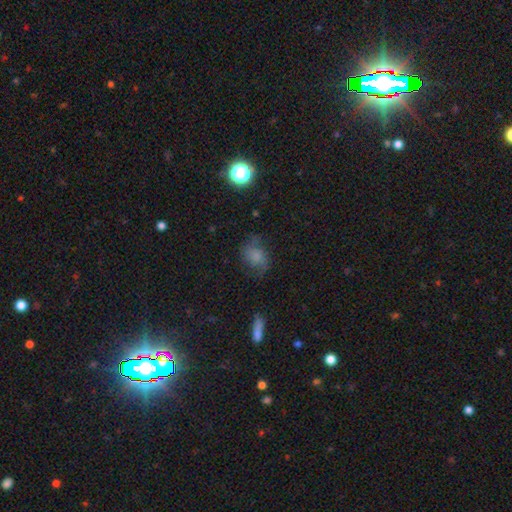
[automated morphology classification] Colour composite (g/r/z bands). It shows a smooth galaxy with no disk features (58%) that is in between round and cigar-shaped (60%). Merging: none (58%).